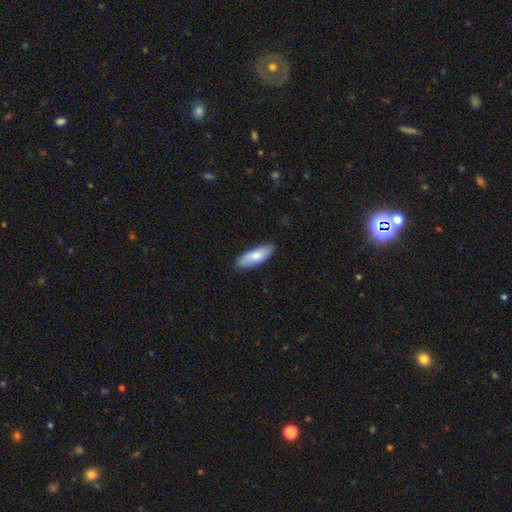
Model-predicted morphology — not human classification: Overall: smooth (75%). How rounded: in between (66%; cigar-shaped 32%). Merging: none (86%).